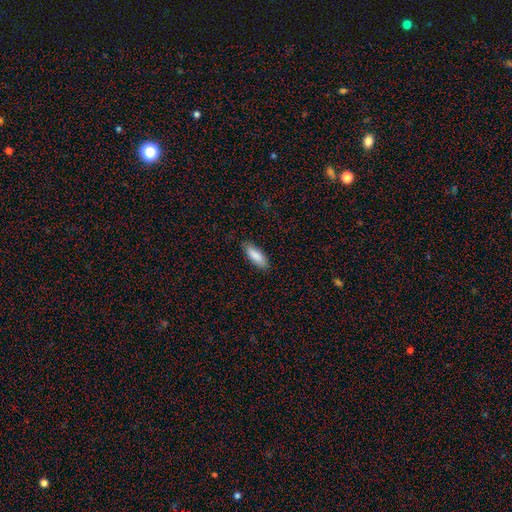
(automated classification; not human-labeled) The model was most divided on "how rounded": in between: 64%, cigar-shaped: 35%, round: 1%. More confident: smooth or featured — smooth (87%); merging — none (86%).